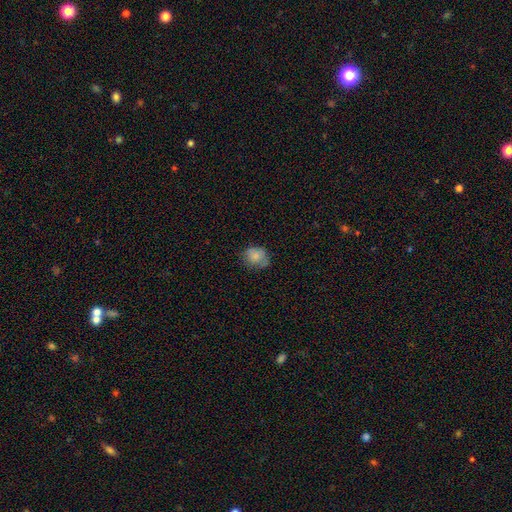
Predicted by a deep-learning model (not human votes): Morphology: type=smooth (80%); roundness=round (62%); merging=none (66%).